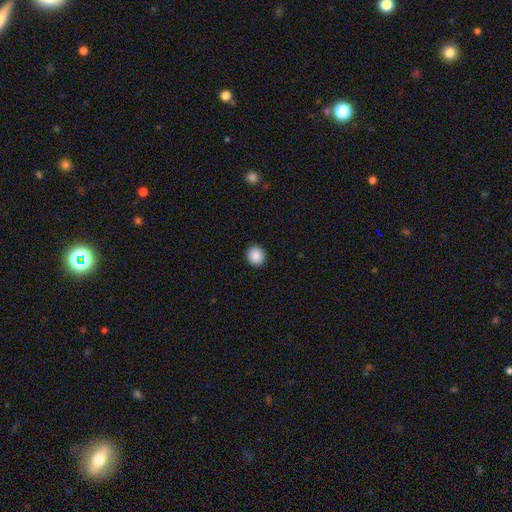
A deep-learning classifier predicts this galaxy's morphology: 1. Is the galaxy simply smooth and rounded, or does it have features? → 89% smooth, 8% star or artifact, 3% featured or disk.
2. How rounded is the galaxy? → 87% round, 13% in between, 1% cigar-shaped.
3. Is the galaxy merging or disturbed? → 92% none, 5% minor disturbance, 2% major disturbance, 1% merger.